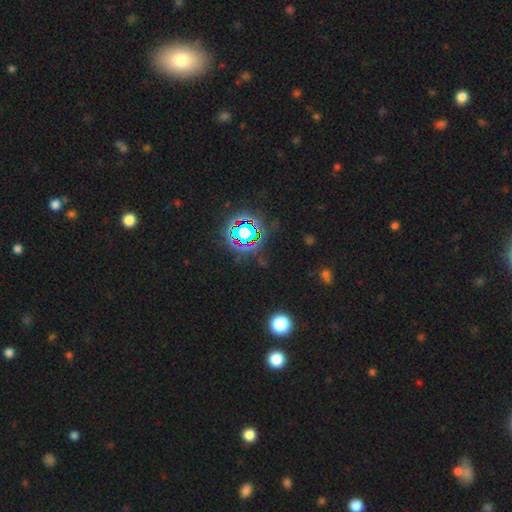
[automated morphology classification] star or artifact 77%, smooth 14%, featured or disk 9%.